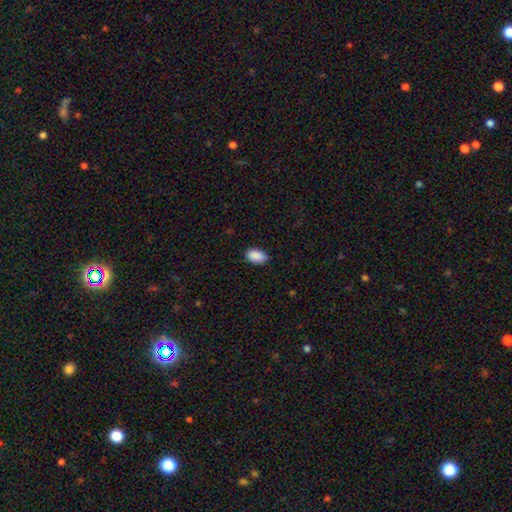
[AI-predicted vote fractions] This appears to be a smooth galaxy with no disk features (90%) that is in between round and cigar-shaped (94%). Merging: none (85%).